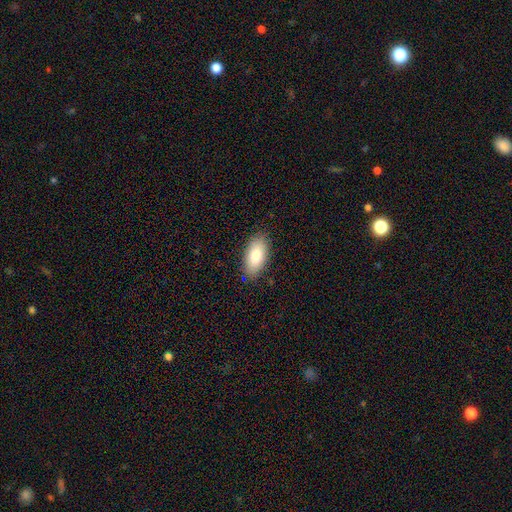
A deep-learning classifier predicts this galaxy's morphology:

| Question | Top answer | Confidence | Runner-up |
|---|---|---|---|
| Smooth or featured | smooth | 84% | featured or disk (10%) |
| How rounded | in between | 92% | cigar-shaped (6%) |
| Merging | none | 85% | minor disturbance (11%) |